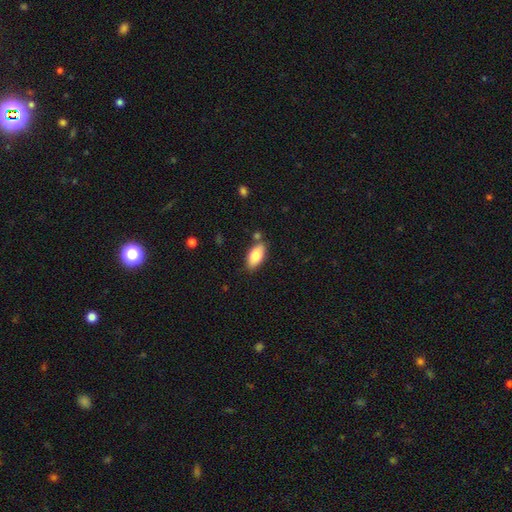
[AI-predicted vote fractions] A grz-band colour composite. It shows a smooth galaxy with no disk features (83%) that is in between round and cigar-shaped (91%). Merging: none (76%).